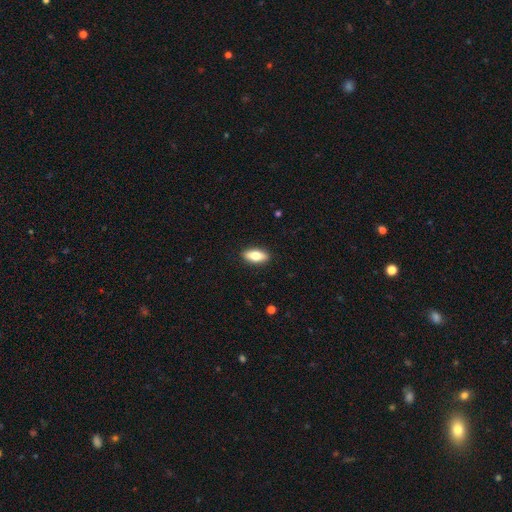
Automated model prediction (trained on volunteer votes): smooth 74%, featured or disk 19%, star or artifact 6%. Down the decision tree: how rounded — in between (84%); merging — none (90%).